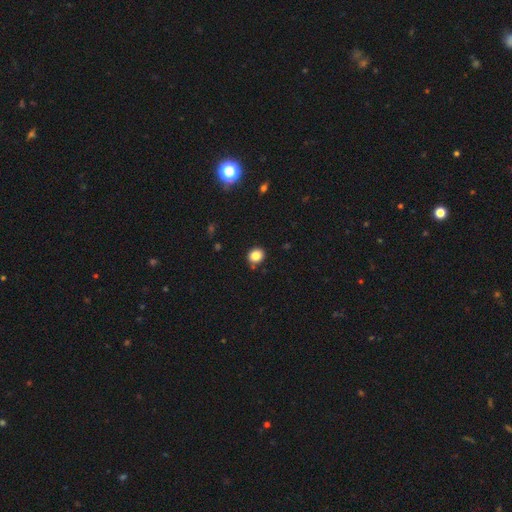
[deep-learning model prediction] Overall: smooth (84%). How rounded: round (77%). Merging: none (85%).